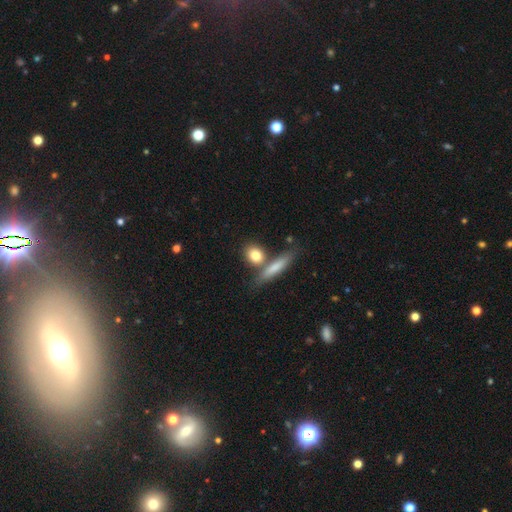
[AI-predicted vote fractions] Smooth or featured: smooth — 80% (featured or disk — 13%)
How rounded: round — 46% (in between — 34%)
Merging: none — 61% (merger — 23%)